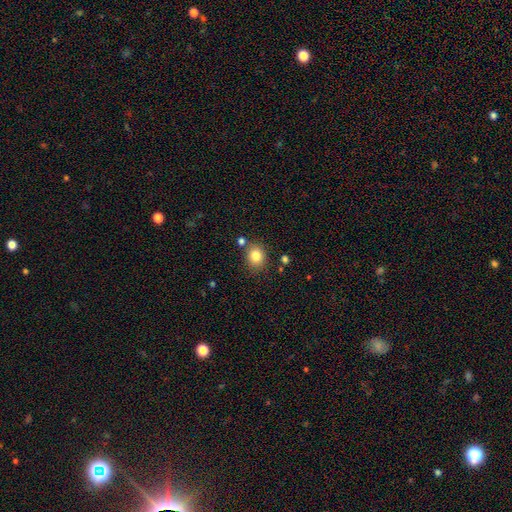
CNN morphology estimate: A smooth galaxy with no disk features (82%) that is round (70%).

Vote fractions:
- Smooth or featured? smooth: 82% / star or artifact: 11% / featured or disk: 7%
- How rounded? round: 70% / in between: 29% / cigar-shaped: 1%
- Merging? none: 78% / minor disturbance: 11% / merger: 8% / major disturbance: 3%